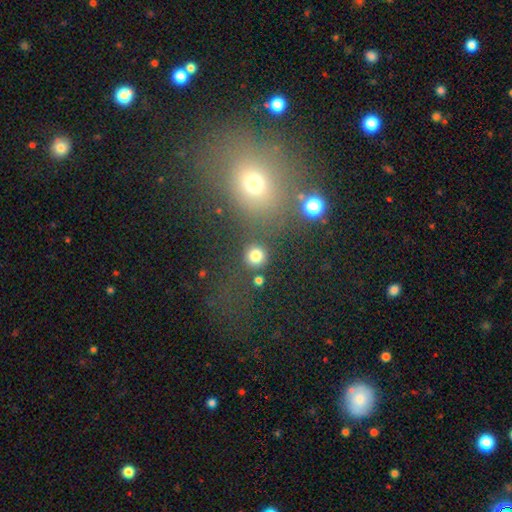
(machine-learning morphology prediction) The model was most divided on "smooth or featured": smooth: 81%, star or artifact: 13%, featured or disk: 5%. More confident: how rounded — round (92%); merging — none (82%).